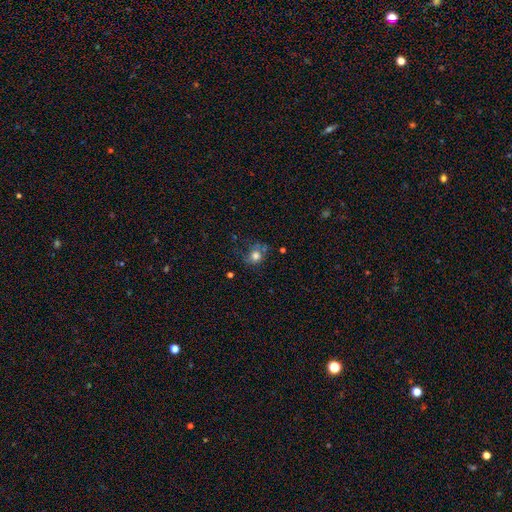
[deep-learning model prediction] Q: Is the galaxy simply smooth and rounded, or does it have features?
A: smooth — 72%.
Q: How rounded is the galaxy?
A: round — 73%.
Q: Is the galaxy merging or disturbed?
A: none — 53%.